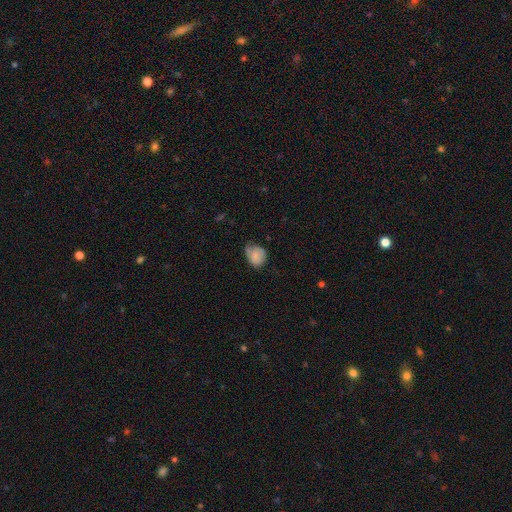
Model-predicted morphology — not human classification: Q: Smooth or featured?
A: smooth (77%); runner-up: featured or disk (14%)
Q: How rounded?
A: in between (50%); runner-up: round (49%)
Q: Merging?
A: none (44%); runner-up: minor disturbance (42%)